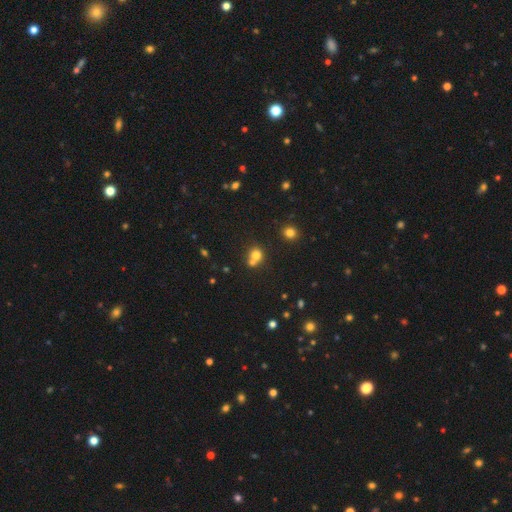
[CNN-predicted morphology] The model was most divided on "merging": merger: 46%, none: 43%, minor disturbance: 7%, major disturbance: 3%. More confident: how rounded — round (81%); smooth or featured — smooth (74%).